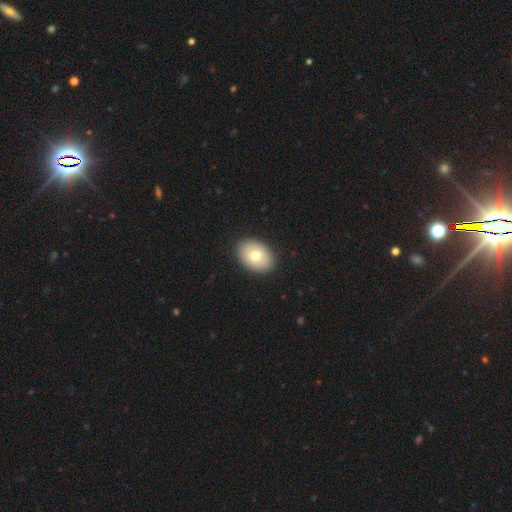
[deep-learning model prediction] This is likely a smooth galaxy (73%). How rounded: likely in between (79%). Merging: clearly none (90%).